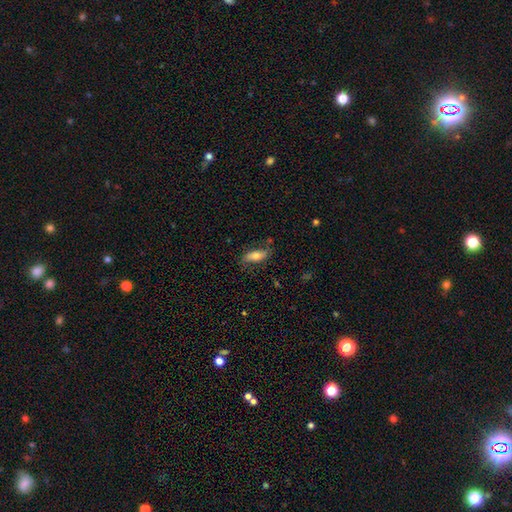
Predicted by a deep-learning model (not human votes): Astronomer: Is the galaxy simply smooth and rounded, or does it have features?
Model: smooth — 66%.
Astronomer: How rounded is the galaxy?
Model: in between — 76%.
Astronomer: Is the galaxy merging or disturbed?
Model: none — 72%.